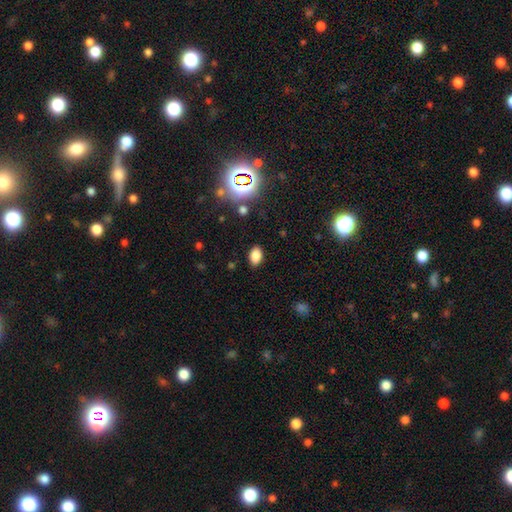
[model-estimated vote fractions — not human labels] A smooth galaxy with no disk features (81%) that is in between round and cigar-shaped (89%). Merging: none (87%).